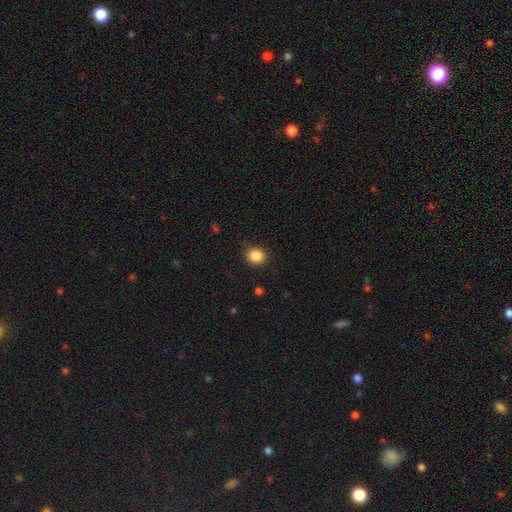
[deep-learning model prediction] Smooth or featured? smooth (87%)
How rounded? round (70%)
Merging? none (86%)